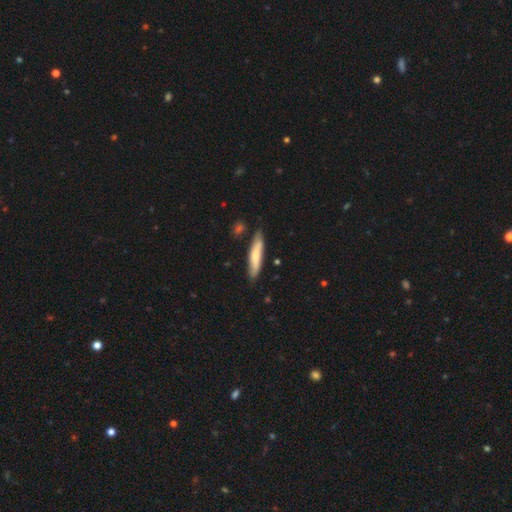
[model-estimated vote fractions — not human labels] Smooth or featured? smooth (70%)
How rounded? cigar-shaped (83%)
Merging? none (79%)